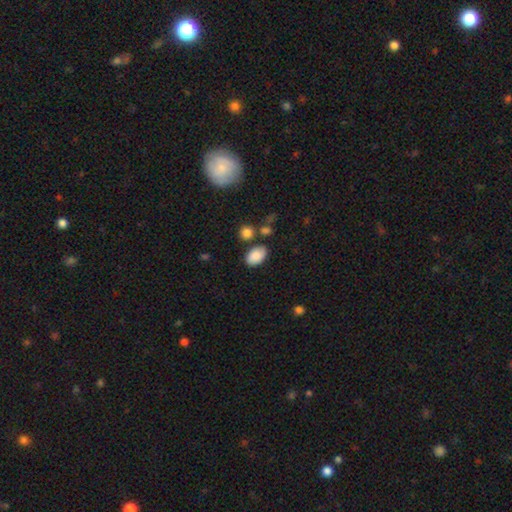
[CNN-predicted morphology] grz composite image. It shows a smooth galaxy with no disk features (87%) that is in between round and cigar-shaped (90%). Merging: none (78%).